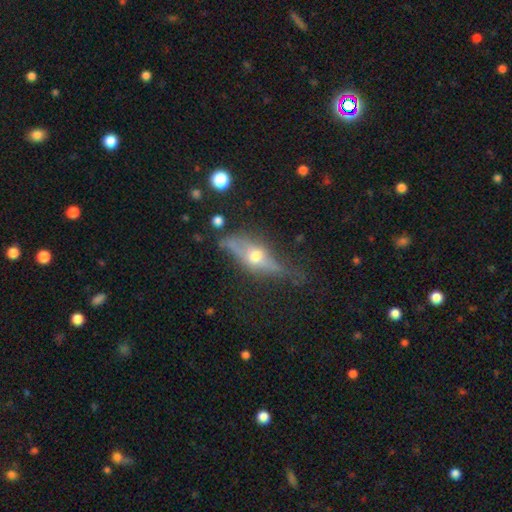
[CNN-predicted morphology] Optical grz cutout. It shows a featured or disk galaxy (71%) viewed edge-on (83%) with a rounded central bulge (95%). Merging: none (63%).